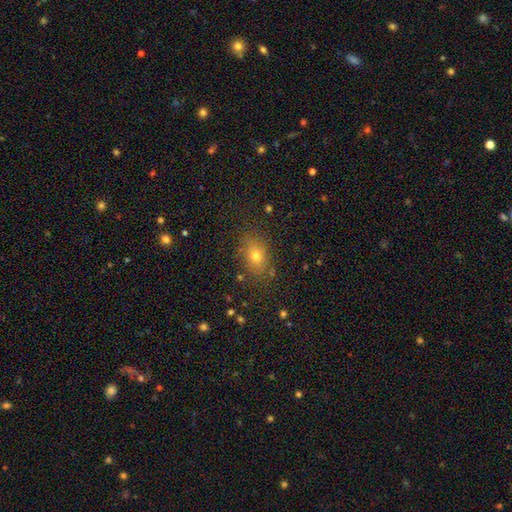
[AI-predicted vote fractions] Overall: smooth (73%). How rounded: in between (69%). Merging: none (82%).